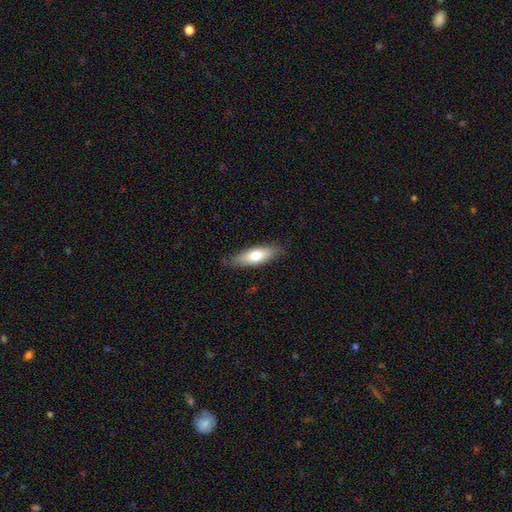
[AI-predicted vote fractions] Morphology: type=smooth (68%); roundness=in between (58%); merging=none (83%).